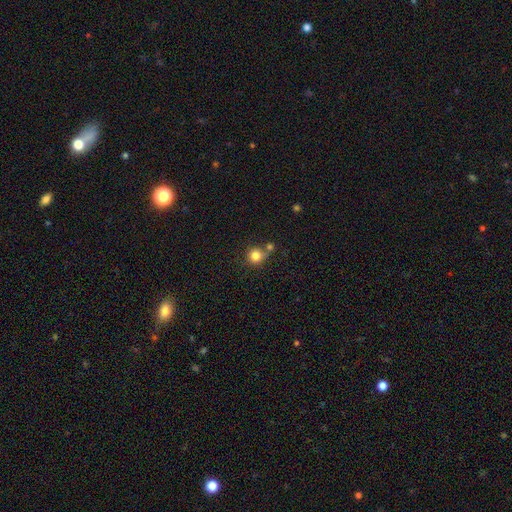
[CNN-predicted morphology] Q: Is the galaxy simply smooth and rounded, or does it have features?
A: smooth — 82%.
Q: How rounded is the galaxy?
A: round — 90%.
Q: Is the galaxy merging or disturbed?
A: none — 62%.